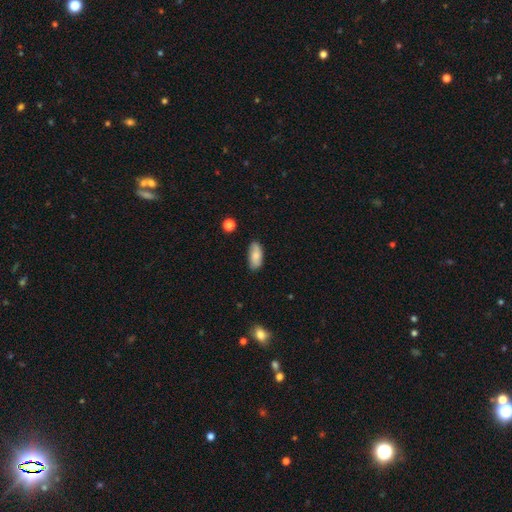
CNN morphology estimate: Q: Smooth or featured?
A: smooth (77%); runner-up: featured or disk (15%)
Q: How rounded?
A: in between (89%); runner-up: cigar-shaped (9%)
Q: Merging?
A: none (77%); runner-up: minor disturbance (18%)